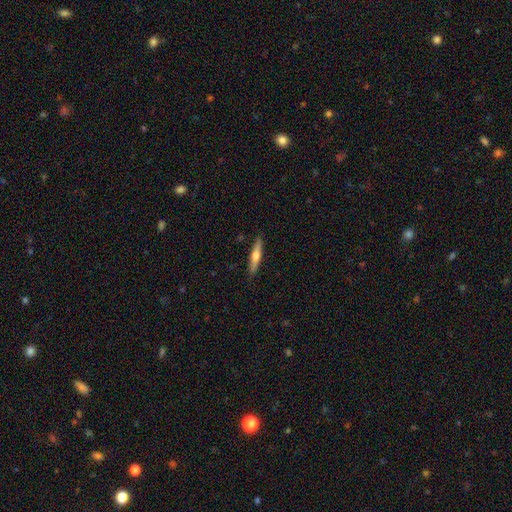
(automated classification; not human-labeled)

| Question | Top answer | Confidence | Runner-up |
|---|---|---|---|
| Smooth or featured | featured or disk | 47% | tied: smooth (47%) |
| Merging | none | 89% | minor disturbance (8%) |